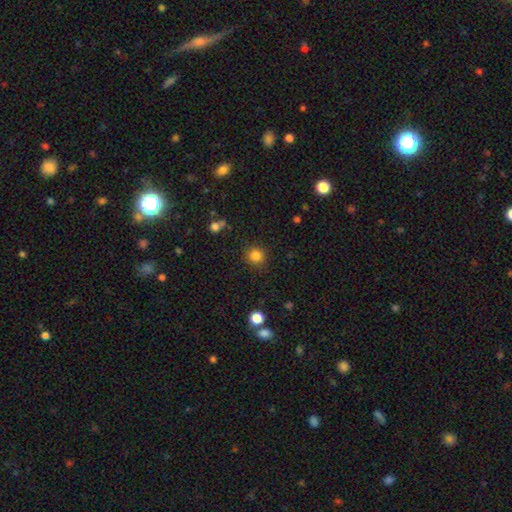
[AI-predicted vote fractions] Smooth or featured: smooth — 84% (star or artifact — 12%)
How rounded: round — 91% (in between — 8%)
Merging: none — 87% (minor disturbance — 8%)